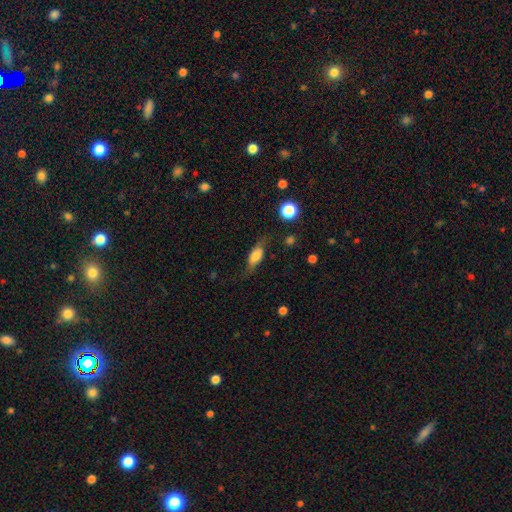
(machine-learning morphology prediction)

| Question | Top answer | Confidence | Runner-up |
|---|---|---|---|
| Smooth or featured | smooth | 60% | featured or disk (31%) |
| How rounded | in between | 71% | cigar-shaped (22%) |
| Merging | none | 64% | minor disturbance (23%) |